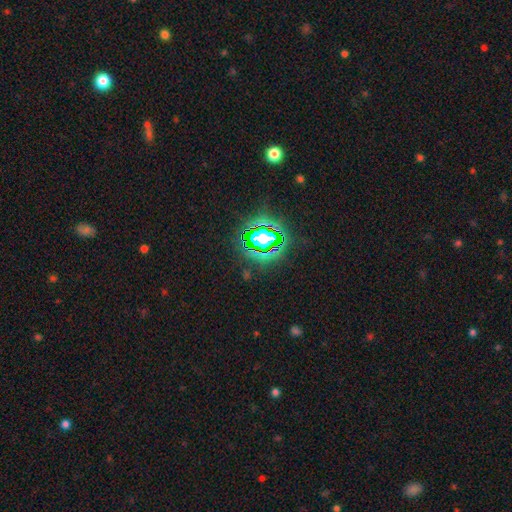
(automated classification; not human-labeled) Smooth or featured? Predicted: star or artifact (p=0.83).